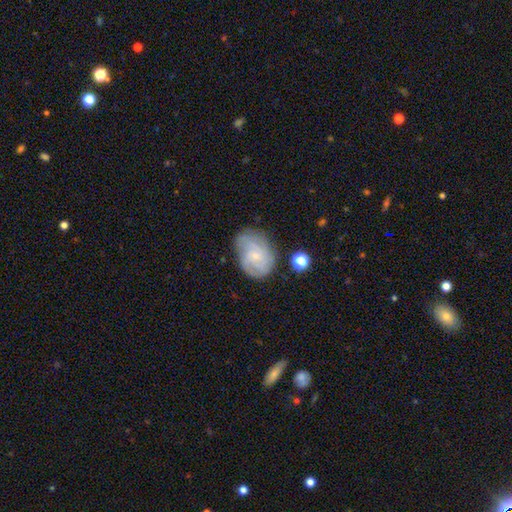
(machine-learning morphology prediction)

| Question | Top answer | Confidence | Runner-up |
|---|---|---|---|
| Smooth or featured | featured or disk | 69% | smooth (23%) |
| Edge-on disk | no | 97% | yes (3%) |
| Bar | no | 75% | weak (23%) |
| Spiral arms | yes | 91% | no (9%) |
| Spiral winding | tight | 55% | medium (34%) |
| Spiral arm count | can't tell | 35% | 3 (25%) |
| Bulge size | small | 80% | moderate (14%) |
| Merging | none | 66% | minor disturbance (23%) |